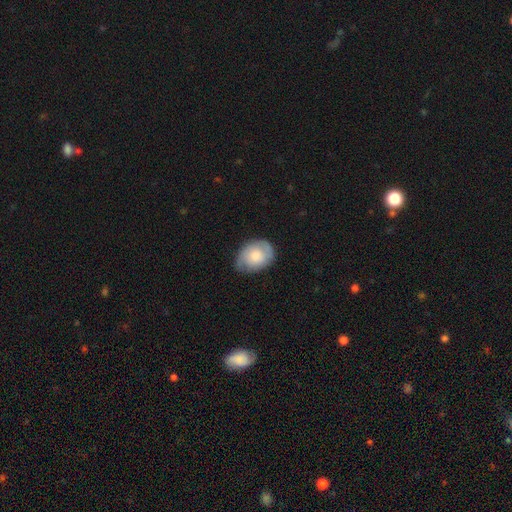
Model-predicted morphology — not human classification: Smooth or featured? Predicted: smooth (p=0.56). How rounded? Predicted: in between (p=0.65). Merging? Predicted: none (p=0.68).